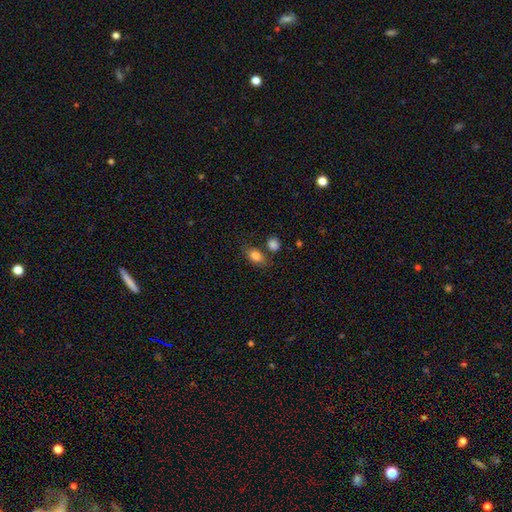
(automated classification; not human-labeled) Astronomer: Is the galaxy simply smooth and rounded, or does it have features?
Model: smooth — 82%.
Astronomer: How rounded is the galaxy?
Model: in between — 81%.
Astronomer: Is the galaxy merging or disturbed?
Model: none — 68%.